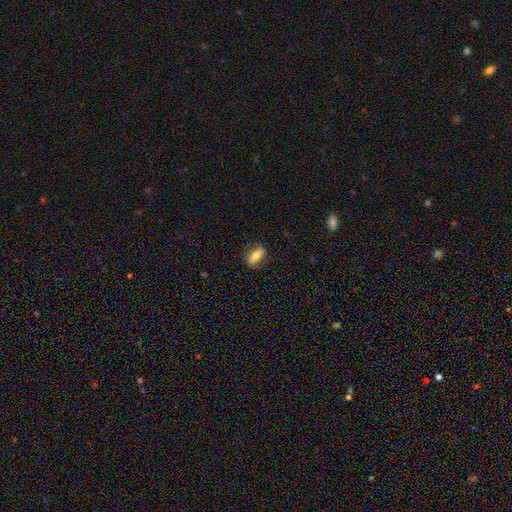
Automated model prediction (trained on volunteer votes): smooth-or-featured: smooth: 71% | featured or disk: 22% | star or artifact: 7%
  how-rounded: in between: 76% | cigar-shaped: 18% | round: 6%
  merging: none: 82% | minor disturbance: 13% | major disturbance: 3% | merger: 1%